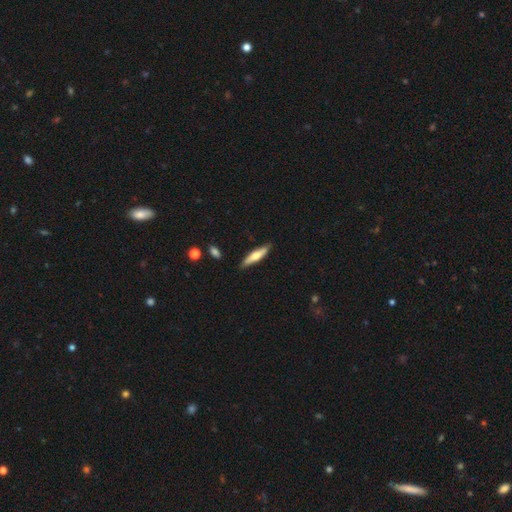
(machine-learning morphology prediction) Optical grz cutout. It shows a smooth galaxy with no disk features (55%) that is cigar-shaped (81%). Merging: none (86%).